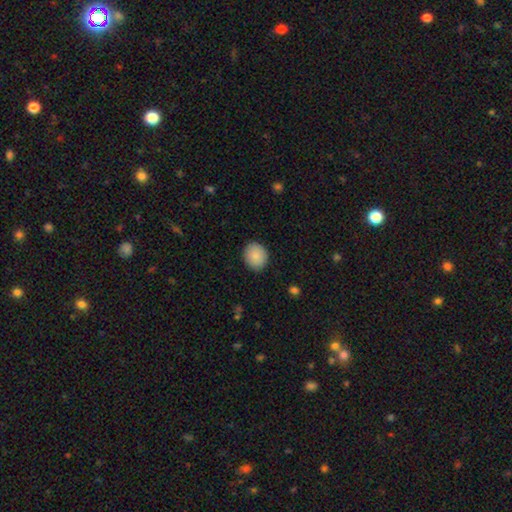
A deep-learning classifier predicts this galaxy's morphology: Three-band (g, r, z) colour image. It shows a smooth galaxy with no disk features (87%) that is round (62%). Merging: none (87%).